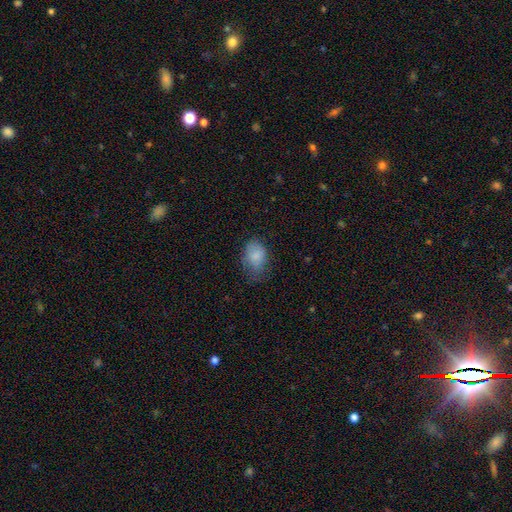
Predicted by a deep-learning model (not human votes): Smooth or featured?
  - smooth: 83% *
  - featured or disk: 9%
  - star or artifact: 9%
How rounded?
  - in between: 79% *
  - round: 20%
  - cigar-shaped: 1%
Merging?
  - none: 50% *
  - minor disturbance: 33%
  - major disturbance: 16%
  - merger: 1%